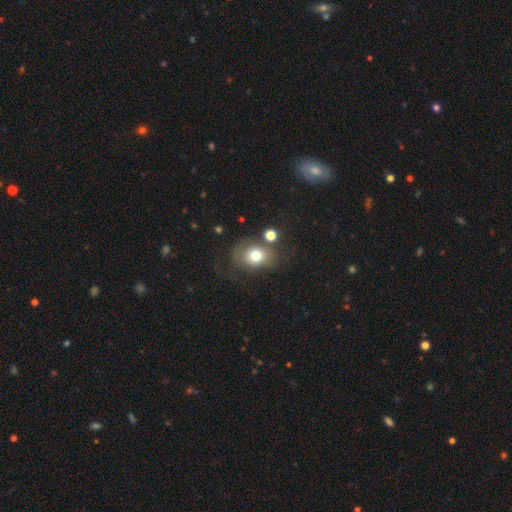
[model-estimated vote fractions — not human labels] Q: Smooth or featured?
A: smooth (71%); runner-up: featured or disk (18%)
Q: How rounded?
A: round (50%); runner-up: in between (49%)
Q: Merging?
A: none (51%); runner-up: minor disturbance (20%)